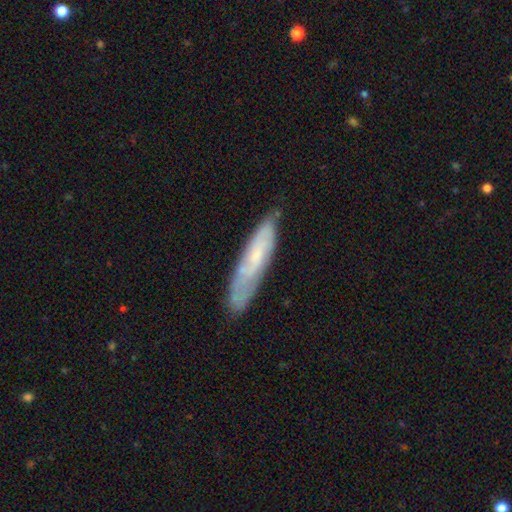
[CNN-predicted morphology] Overall: featured or disk (50%; smooth 43%). Edge-on disk: no (57%; yes 43%). Merging: none (72%).